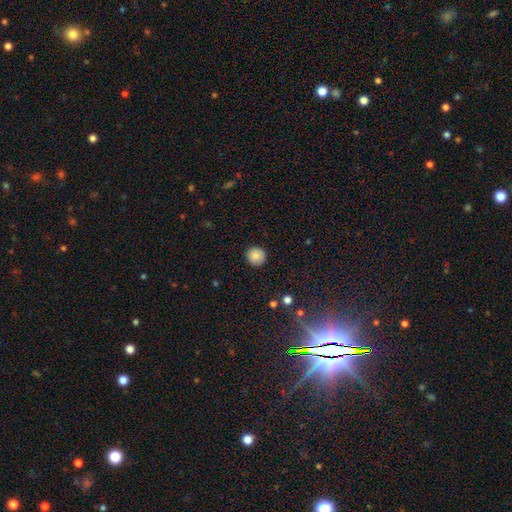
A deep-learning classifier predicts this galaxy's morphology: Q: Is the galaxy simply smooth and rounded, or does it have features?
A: smooth — 85%.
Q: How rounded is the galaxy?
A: round — 95%.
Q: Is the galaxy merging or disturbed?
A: none — 92%.